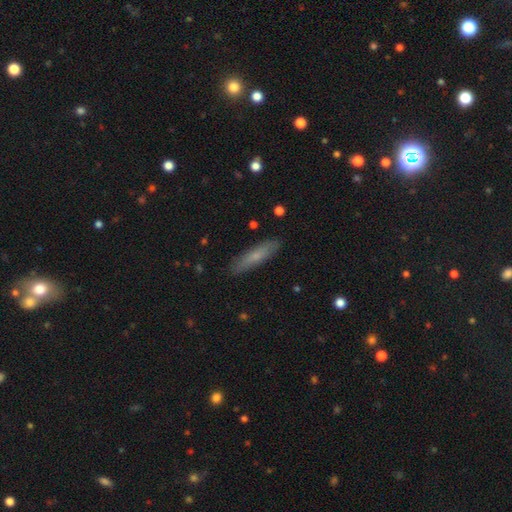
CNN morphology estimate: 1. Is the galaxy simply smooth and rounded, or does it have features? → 66% smooth, 27% featured or disk, 6% star or artifact.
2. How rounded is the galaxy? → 80% cigar-shaped, 18% in between, 2% round.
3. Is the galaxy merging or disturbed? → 88% none, 9% minor disturbance, 2% major disturbance, 1% merger.